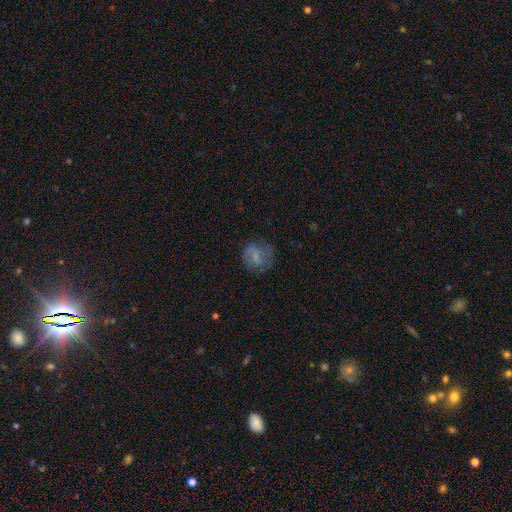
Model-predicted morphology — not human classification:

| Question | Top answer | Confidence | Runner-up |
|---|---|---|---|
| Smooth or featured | smooth | 58% | featured or disk (32%) |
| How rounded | round | 74% | in between (25%) |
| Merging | none | 60% | minor disturbance (23%) |